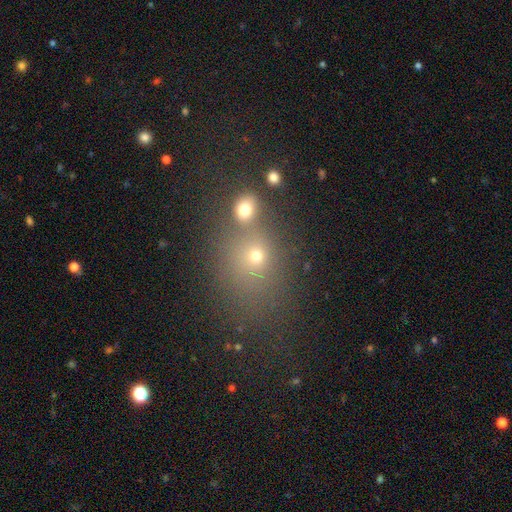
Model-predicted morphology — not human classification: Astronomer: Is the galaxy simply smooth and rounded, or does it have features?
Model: smooth — 48% (runner-up: star or artifact, 40%).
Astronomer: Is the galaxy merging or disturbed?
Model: none — 63%.